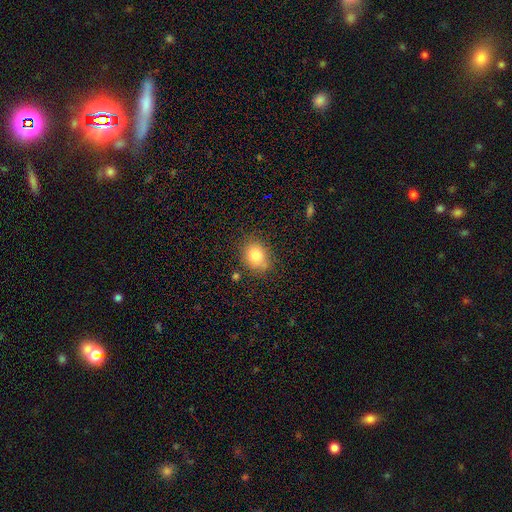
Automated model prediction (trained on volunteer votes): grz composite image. It shows a smooth galaxy with no disk features (81%) that is round (50%). Merging: none (80%).